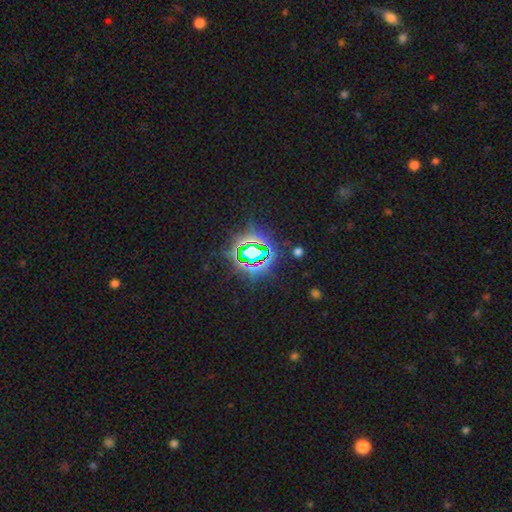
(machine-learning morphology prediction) A star or artifact, not a galaxy (77%).